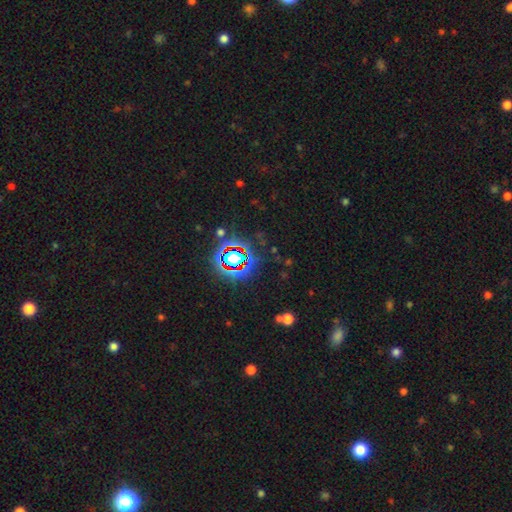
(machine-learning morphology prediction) Smooth or featured? Predicted: star or artifact (p=0.75).